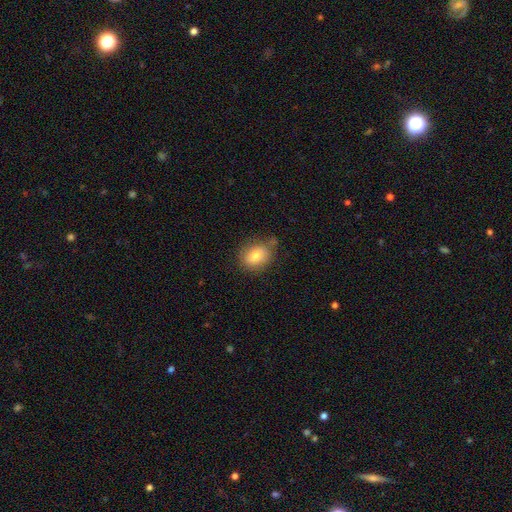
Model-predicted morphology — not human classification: smooth-or-featured: smooth: 80% | featured or disk: 11% | star or artifact: 9%
  how-rounded: round: 51% | in between: 48% | cigar-shaped: 1%
  merging: none: 69% | minor disturbance: 22% | major disturbance: 5% | merger: 5%